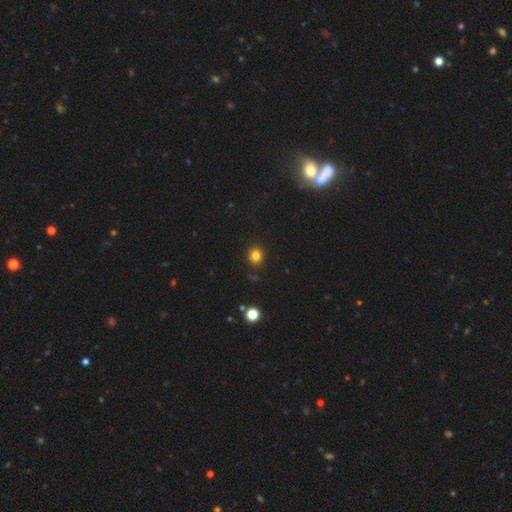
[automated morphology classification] Smooth or featured? Predicted: smooth (p=0.82). How rounded? Predicted: round (p=0.74). Merging? Predicted: none (p=0.89).